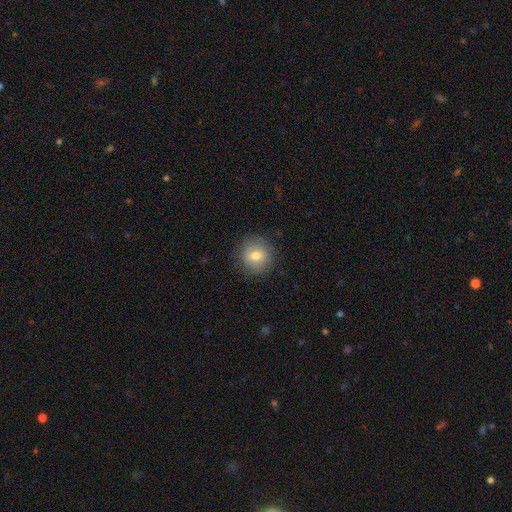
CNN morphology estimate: smooth_or_featured: smooth (p=0.71) [alt: featured or disk p=0.19]
how_rounded: round (p=0.88) [alt: in between p=0.11]
merging: none (p=0.86) [alt: minor disturbance p=0.10]